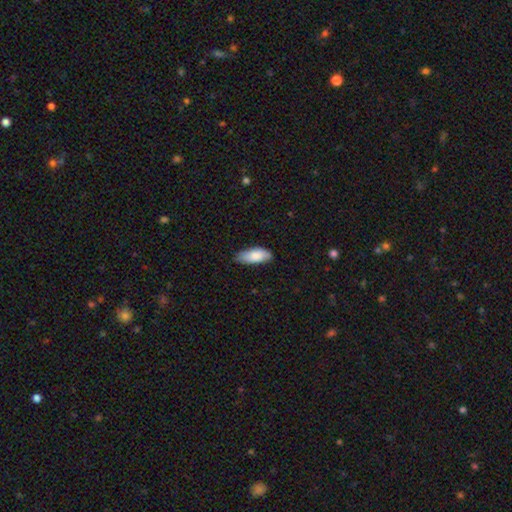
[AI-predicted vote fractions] This is clearly a smooth galaxy (84%). How rounded: clearly in between (83%). Merging: likely none (73%).